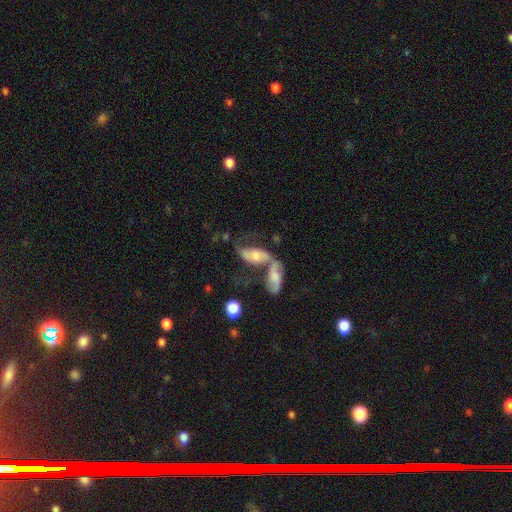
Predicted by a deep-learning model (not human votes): Smooth or featured: featured or disk — 52% (smooth — 39%)
Edge-on disk: no — 85% (yes — 15%)
Merging: merger — 55% (none — 21%)